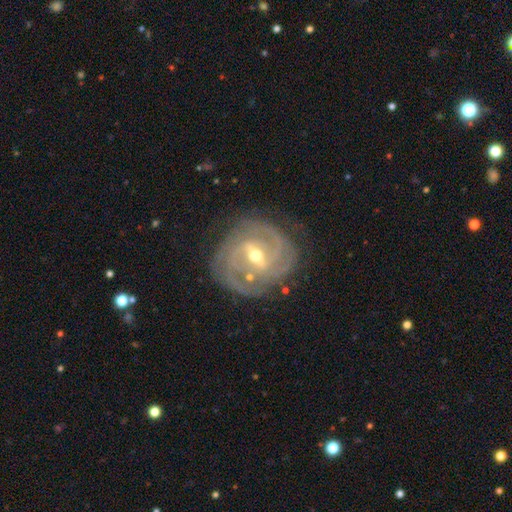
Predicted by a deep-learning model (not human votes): smooth-or-featured: featured or disk: 89% | smooth: 6% | star or artifact: 5%
  disk-edge-on: no: 97% | yes: 3%
    bar: weak: 44% (tied) | strong: 44% (tied) | no: 12%
    has-spiral-arms: yes: 96% | no: 4%
      spiral-winding: tight: 60% | medium: 32% | loose: 7%
      spiral-arm-count: 2: 41% | 3: 25% | can't tell: 17% | 4: 9% | more than 4: 4% | 1: 4%
    bulge-size: moderate: 51% | small: 46% | large: 2% | none: 1% | dominant: 1%
  merging: none: 77% | minor disturbance: 15% | major disturbance: 6% | merger: 2%